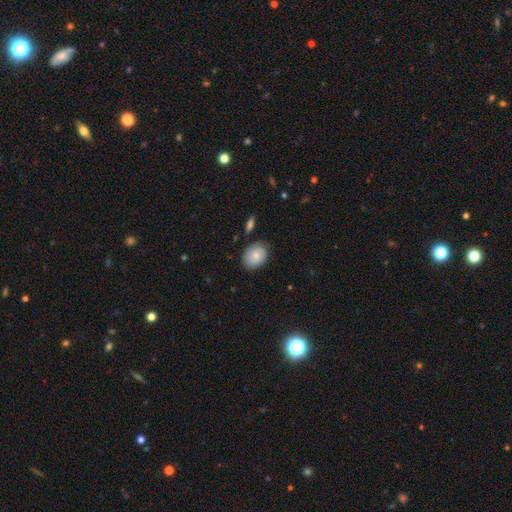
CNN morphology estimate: Q: Smooth or featured?
A: smooth (75%); runner-up: featured or disk (18%)
Q: How rounded?
A: in between (63%); runner-up: round (36%)
Q: Merging?
A: none (78%); runner-up: minor disturbance (16%)